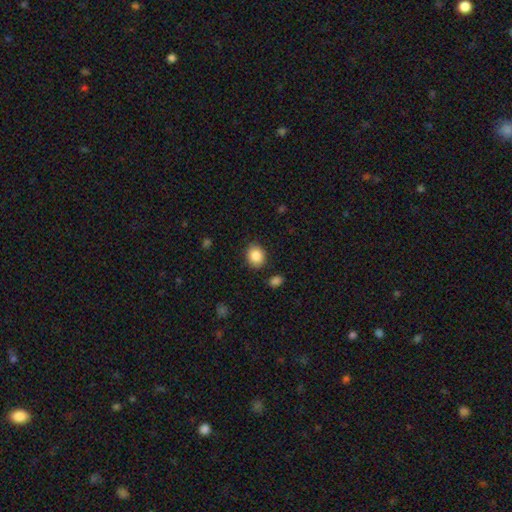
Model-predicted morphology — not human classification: Overall: smooth (87%). How rounded: round (65%; in between 34%). Merging: none (85%).